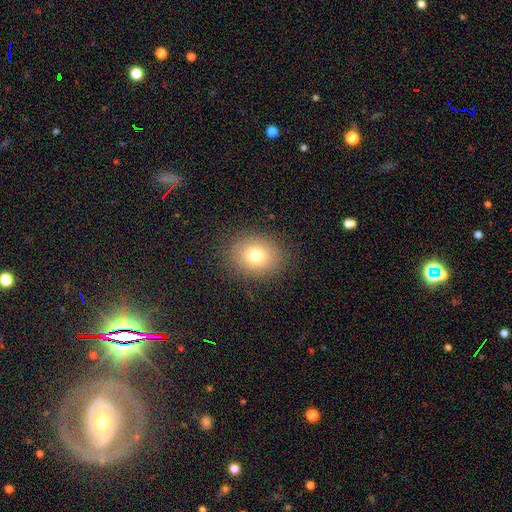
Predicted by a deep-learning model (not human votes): A smooth galaxy with no disk features (76%) that is round (60%). Merging: none (86%).